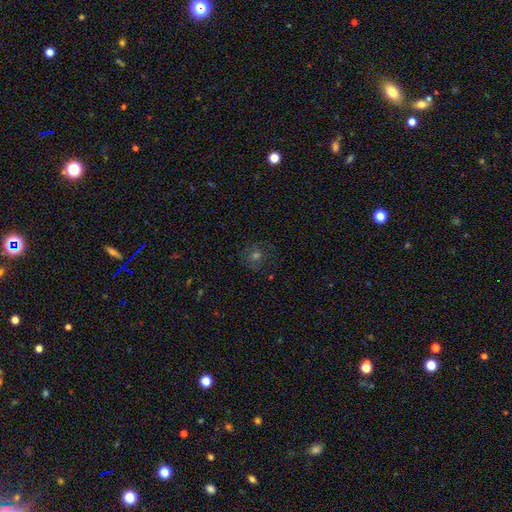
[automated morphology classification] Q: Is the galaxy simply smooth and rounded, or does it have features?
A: smooth — 52%.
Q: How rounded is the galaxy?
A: round — 90%.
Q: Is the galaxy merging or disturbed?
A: none — 83%.